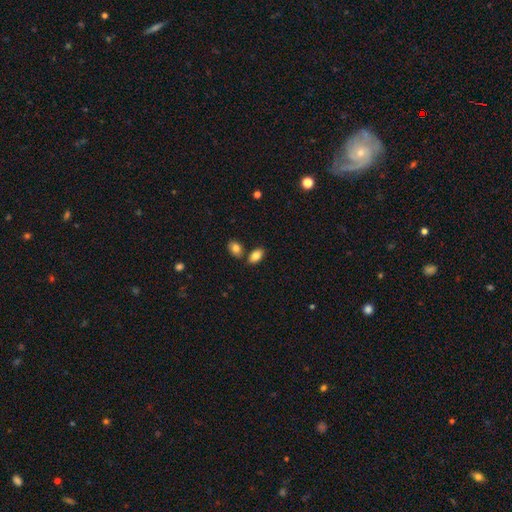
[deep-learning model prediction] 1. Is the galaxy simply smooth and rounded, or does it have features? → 83% smooth, 9% featured or disk, 8% star or artifact.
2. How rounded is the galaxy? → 92% in between, 6% round, 2% cigar-shaped.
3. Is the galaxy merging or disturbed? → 71% none, 16% merger, 11% minor disturbance, 2% major disturbance.